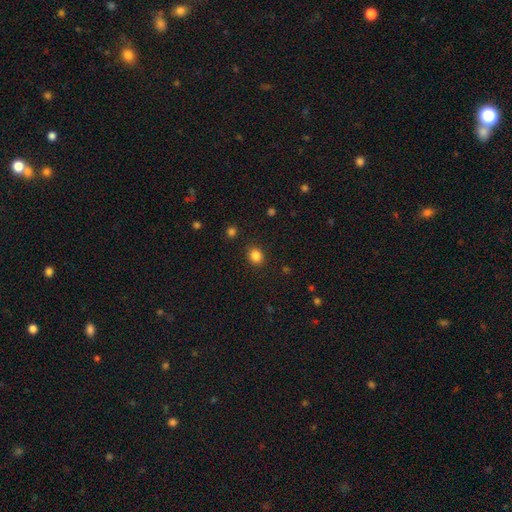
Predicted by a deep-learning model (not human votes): The model was most divided on "how rounded": round: 67%, in between: 32%, cigar-shaped: 1%. More confident: merging — none (89%); smooth or featured — smooth (84%).